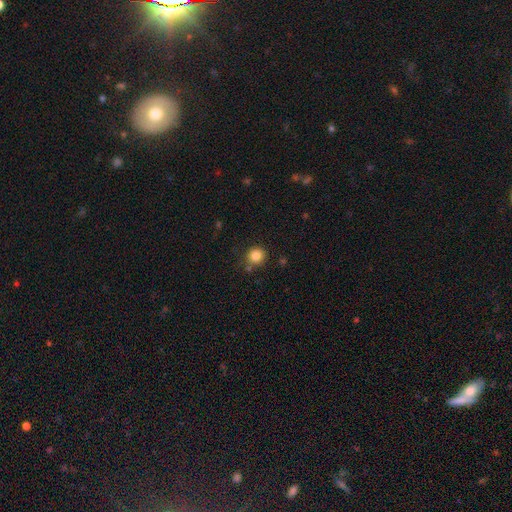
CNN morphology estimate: Q: Smooth or featured?
A: smooth (85%); runner-up: star or artifact (11%)
Q: How rounded?
A: round (89%); runner-up: in between (10%)
Q: Merging?
A: none (79%); runner-up: minor disturbance (12%)